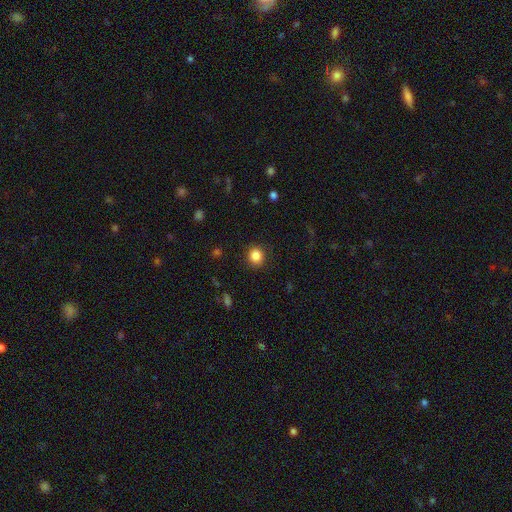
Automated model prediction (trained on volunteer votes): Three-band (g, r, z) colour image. It shows a smooth galaxy with no disk features (85%) that is round (88%). Merging: none (89%).